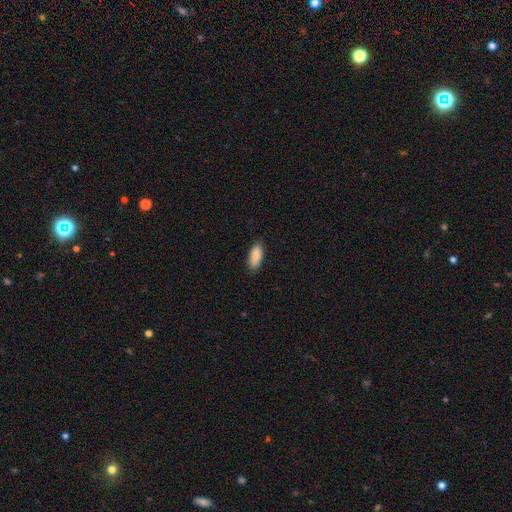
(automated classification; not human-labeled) Smooth or featured?
  - smooth: 88% *
  - star or artifact: 6%
  - featured or disk: 6%
How rounded?
  - in between: 85% *
  - cigar-shaped: 13%
  - round: 2%
Merging?
  - none: 88% *
  - minor disturbance: 9%
  - major disturbance: 2%
  - merger: 1%